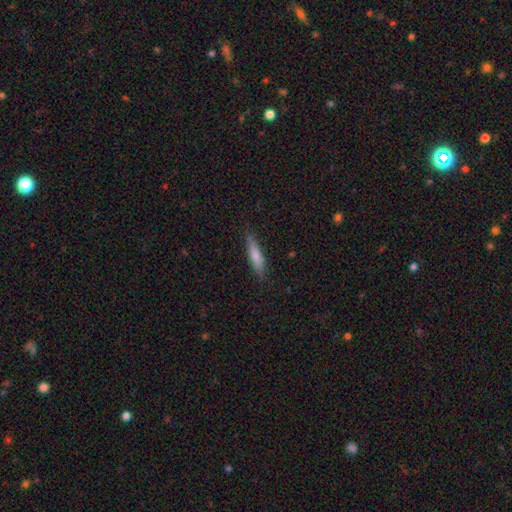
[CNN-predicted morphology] smooth-or-featured: smooth: 74% | featured or disk: 20% | star or artifact: 6%
  how-rounded: cigar-shaped: 76% | in between: 23% | round: 2%
  merging: none: 84% | minor disturbance: 13% | major disturbance: 2% | merger: 1%